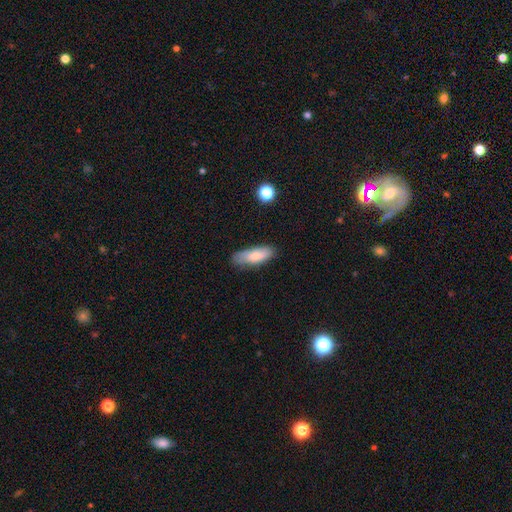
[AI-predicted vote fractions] A smooth galaxy with no disk features (77%) that is in between round and cigar-shaped (69%).

Vote fractions:
- Smooth or featured? smooth: 77% / featured or disk: 17% / star or artifact: 7%
- How rounded? in between: 69% / cigar-shaped: 28% / round: 2%
- Merging? none: 72% / minor disturbance: 22% / major disturbance: 4% / merger: 2%